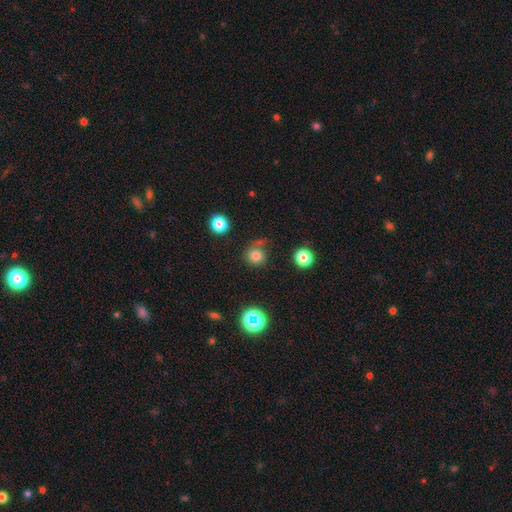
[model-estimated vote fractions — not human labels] smooth-or-featured: smooth: 76% | star or artifact: 15% | featured or disk: 9%
  how-rounded: round: 91% | in between: 9% | cigar-shaped: 1%
  merging: none: 65% | minor disturbance: 17% | major disturbance: 10% | merger: 7%